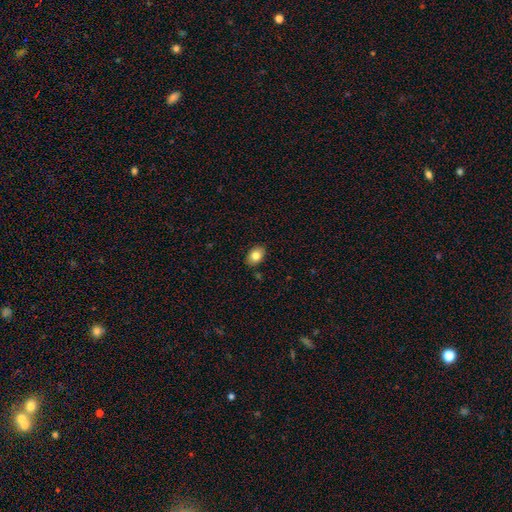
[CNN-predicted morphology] This appears to be a smooth galaxy with no disk features (82%) that is in between round and cigar-shaped (78%). Merging: none (87%).